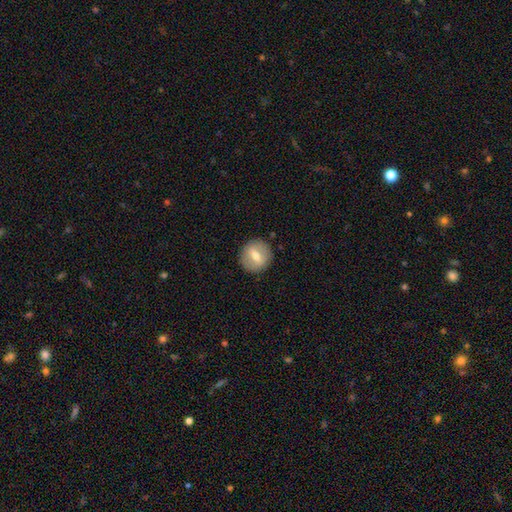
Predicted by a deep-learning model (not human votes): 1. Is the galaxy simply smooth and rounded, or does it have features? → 57% smooth, 35% featured or disk, 7% star or artifact.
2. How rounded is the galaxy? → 89% round, 10% in between, 1% cigar-shaped.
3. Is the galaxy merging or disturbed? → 89% none, 7% minor disturbance, 2% major disturbance, 1% merger.